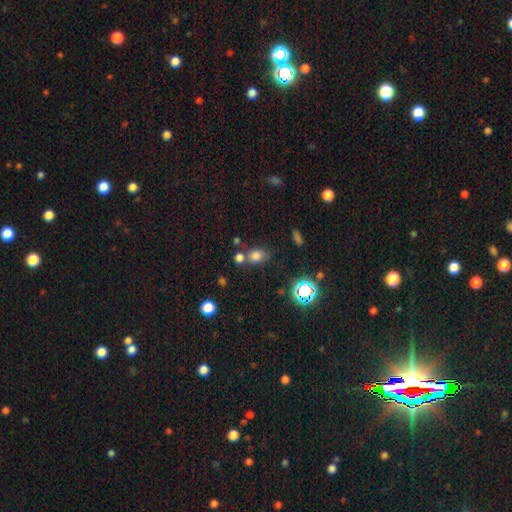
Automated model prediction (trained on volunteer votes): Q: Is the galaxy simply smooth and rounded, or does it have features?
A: smooth — 72%.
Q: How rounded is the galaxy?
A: in between — 60%.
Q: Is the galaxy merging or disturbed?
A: none — 59%.